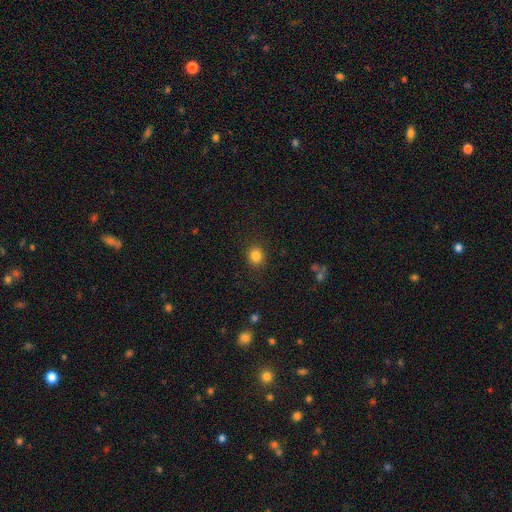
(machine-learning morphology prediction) Smooth or featured: smooth — 84% (star or artifact — 11%)
How rounded: round — 74% (in between — 25%)
Merging: none — 89% (minor disturbance — 7%)